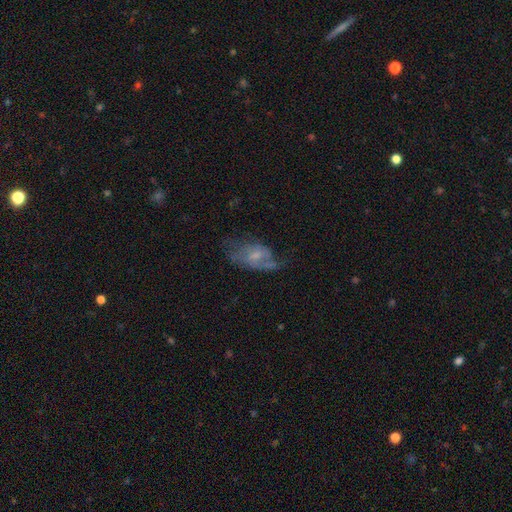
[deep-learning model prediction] smooth_or_featured: featured or disk (p=0.60) [alt: smooth p=0.31]
disk_edge_on: no (p=0.94) [alt: yes p=0.06]
bar: no (p=0.53) [alt: weak p=0.40]
has_spiral_arms: yes (p=0.70) [alt: no p=0.30]
bulge_size: small (p=0.51) [alt: moderate p=0.27]
merging: none (p=0.40) [alt: major disturbance p=0.31]